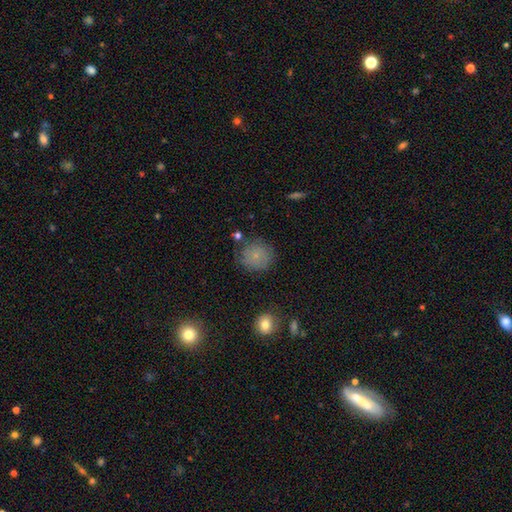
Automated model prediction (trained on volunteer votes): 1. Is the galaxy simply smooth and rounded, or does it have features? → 77% smooth, 12% featured or disk, 11% star or artifact.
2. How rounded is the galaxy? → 87% round, 12% in between, 1% cigar-shaped.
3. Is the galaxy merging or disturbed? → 76% none, 16% minor disturbance, 5% major disturbance, 3% merger.